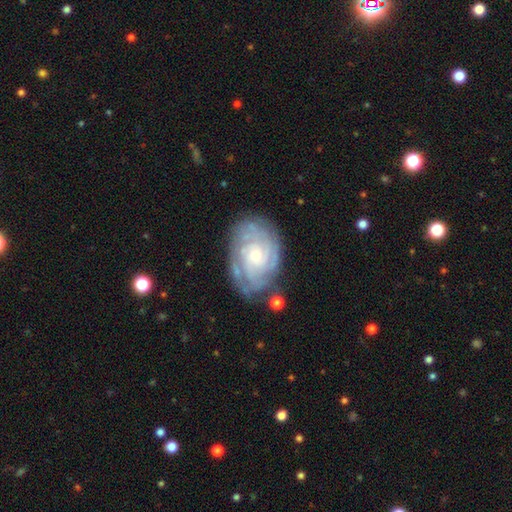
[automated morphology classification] Smooth or featured?
  - featured or disk: 85% *
  - smooth: 10%
  - star or artifact: 6%
Edge-on disk?
  - no: 97% *
  - yes: 3%
Bar?
  - no: 77% *
  - weak: 19%
  - strong: 4%
Spiral arms?
  - yes: 96% *
  - no: 4%
Spiral winding?
  - tight: 76% *
  - medium: 20%
  - loose: 4%
Spiral arm count?
  - can't tell: 36% *
  - 4: 20%
  - 3: 18%
  - 2: 13%
  - more than 4: 8%
  - 1: 6%
Bulge size?
  - small: 63% *
  - moderate: 33%
  - large: 2%
  - none: 1%
  - dominant: 1%
Merging?
  - none: 75% *
  - minor disturbance: 17%
  - major disturbance: 6%
  - merger: 2%